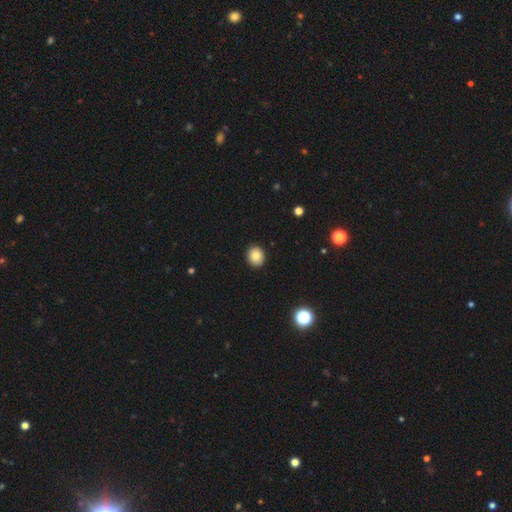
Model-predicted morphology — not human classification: The model was most divided on "how rounded": round: 70%, in between: 29%, cigar-shaped: 1%. More confident: merging — none (91%); smooth or featured — smooth (83%).